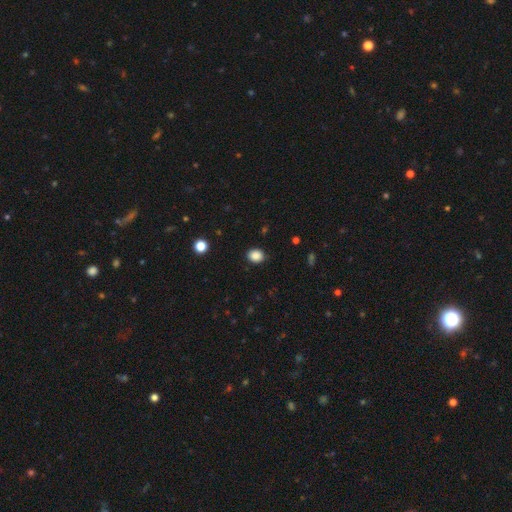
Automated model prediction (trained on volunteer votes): smooth_or_featured: smooth (p=0.87) [alt: star or artifact p=0.10]
how_rounded: round (p=0.59) [alt: in between p=0.41]
merging: none (p=0.88) [alt: minor disturbance p=0.09]